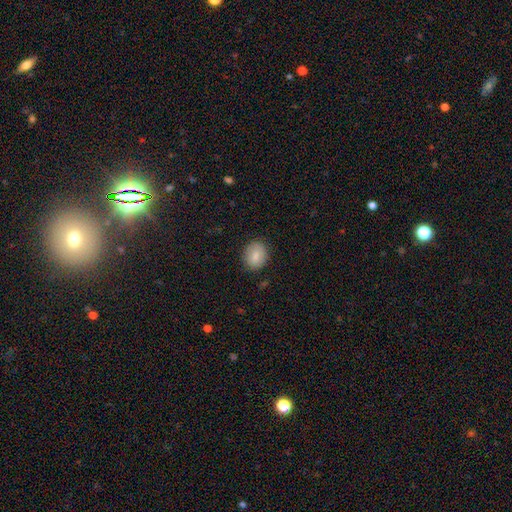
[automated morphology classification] smooth-or-featured: smooth: 83% | featured or disk: 9% | star or artifact: 7%
  how-rounded: round: 58% | in between: 41% | cigar-shaped: 1%
  merging: none: 86% | minor disturbance: 10% | major disturbance: 3% | merger: 1%